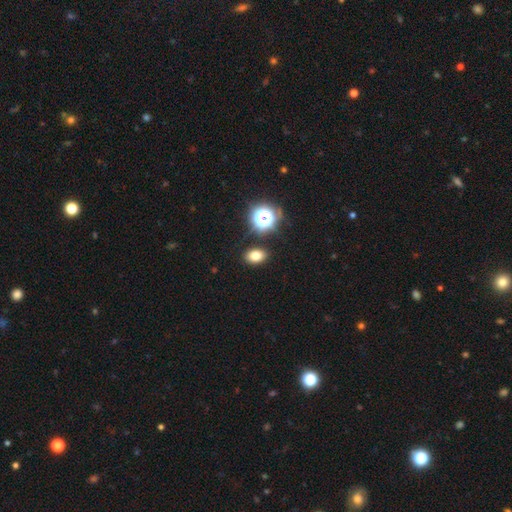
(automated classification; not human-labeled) Morphology: type=smooth (74%); roundness=in between (76%); merging=none (86%).